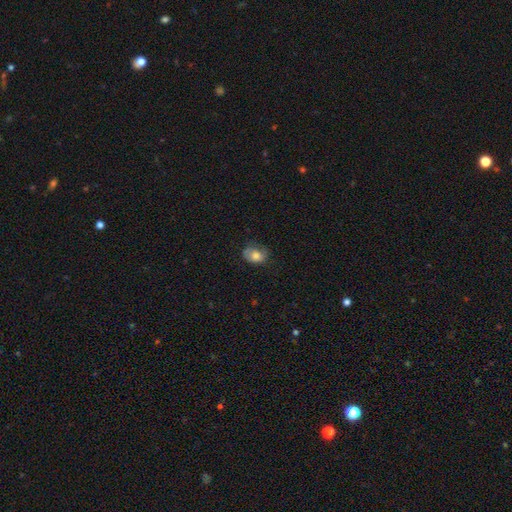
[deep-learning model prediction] This appears to be a smooth galaxy with no disk features (72%) that is in between round and cigar-shaped (65%). Merging: none (55%).